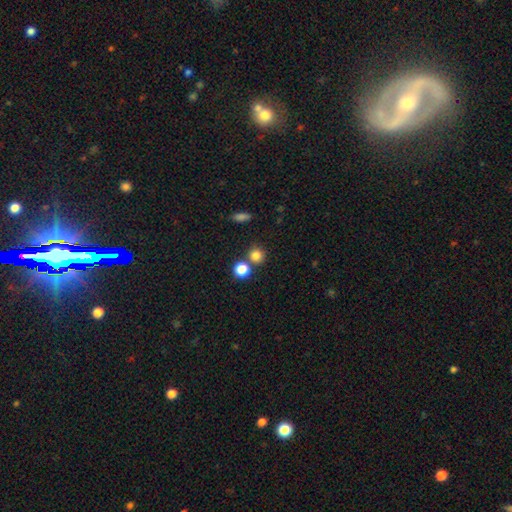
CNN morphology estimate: This appears to be a smooth galaxy with no disk features (80%) that is round (88%). Merging: none (70%).